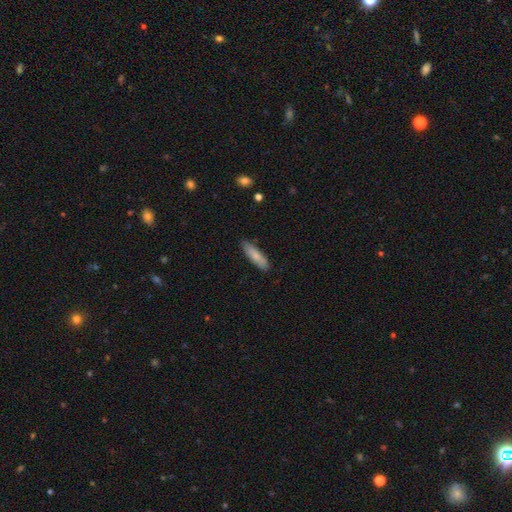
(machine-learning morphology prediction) Overall: smooth (79%). How rounded: cigar-shaped (59%; in between 40%). Merging: none (83%).